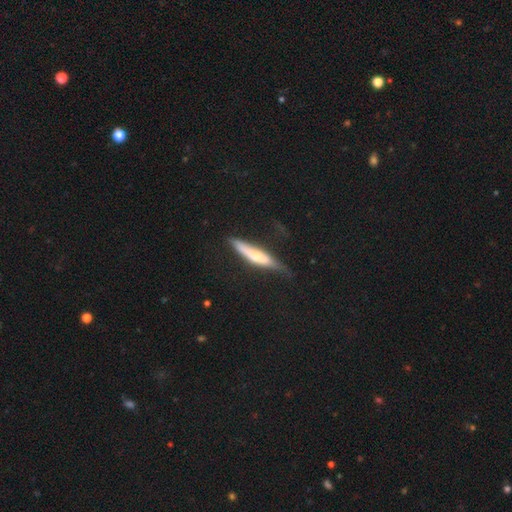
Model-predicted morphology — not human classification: This appears to be a smooth galaxy with no disk features (50%). Merging: none (53%).